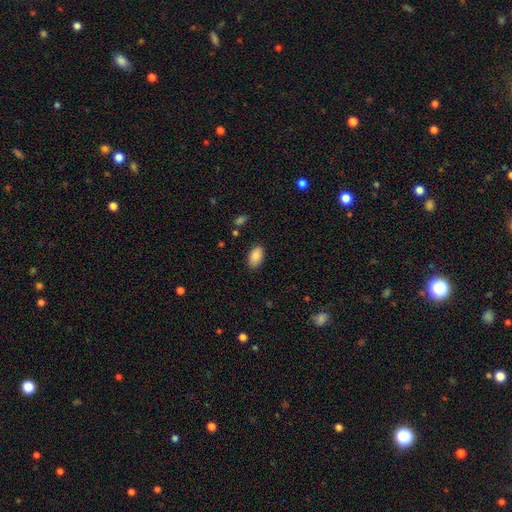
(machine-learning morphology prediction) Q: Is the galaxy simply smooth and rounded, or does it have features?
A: smooth — 88%.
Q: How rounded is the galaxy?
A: in between — 94%.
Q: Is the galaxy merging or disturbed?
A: none — 85%.